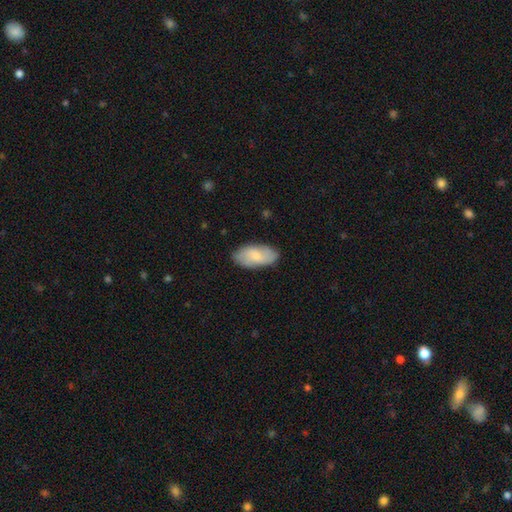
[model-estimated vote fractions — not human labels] Morphology: type=smooth (65%); roundness=in between (92%); merging=none (82%).